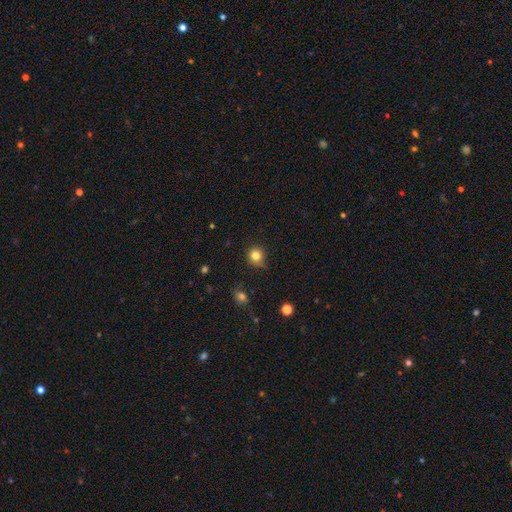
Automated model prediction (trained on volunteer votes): Overall: smooth (82%). How rounded: round (89%). Merging: none (77%).